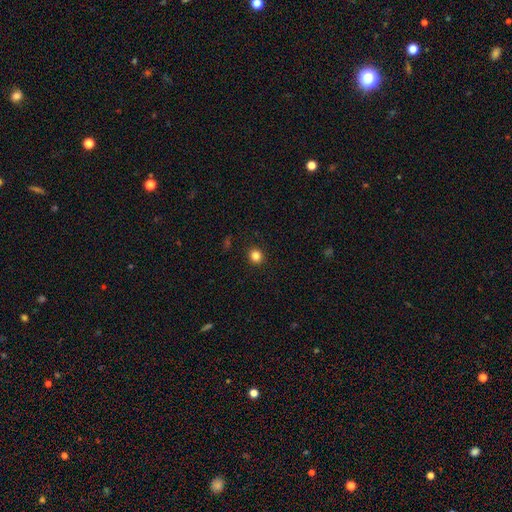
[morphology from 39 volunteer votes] Overall: smooth (85%). How rounded: round (79%). Merging: none (100%).